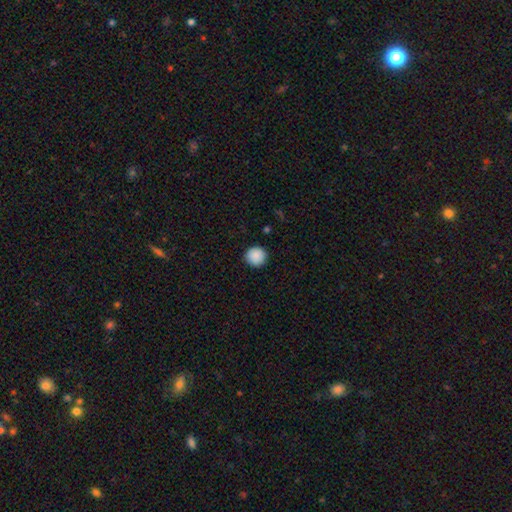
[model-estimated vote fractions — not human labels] Overall: smooth (89%). How rounded: round (94%). Merging: none (91%).